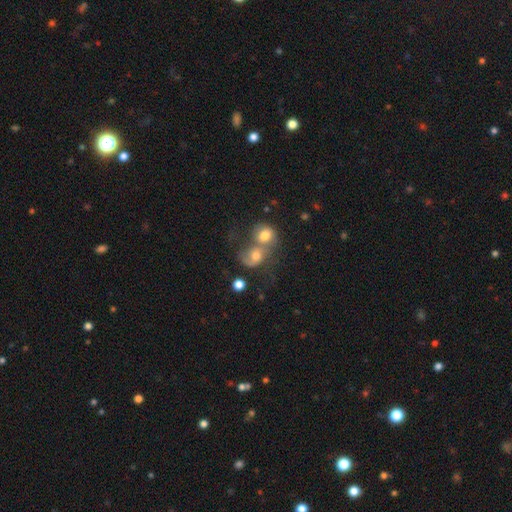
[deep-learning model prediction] This appears to be a smooth galaxy with no disk features (60%) that is round (64%). Merging: merger (71%).